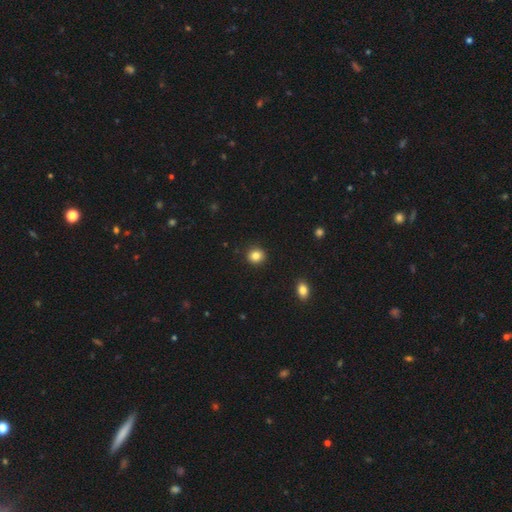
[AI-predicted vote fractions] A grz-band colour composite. It shows a smooth galaxy with no disk features (85%) that is round (86%). Merging: none (92%).